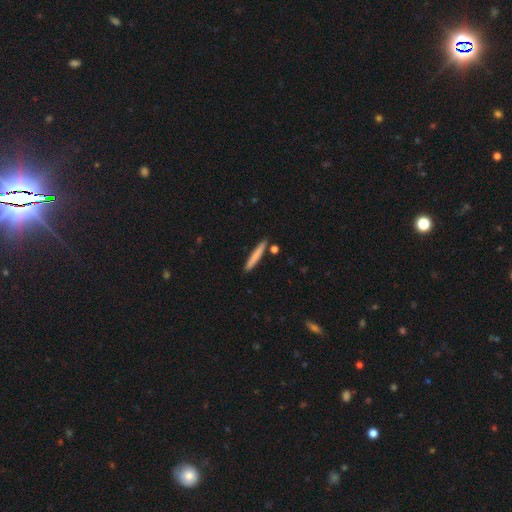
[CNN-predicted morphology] Overall: smooth (76%). How rounded: cigar-shaped (96%). Merging: none (87%).